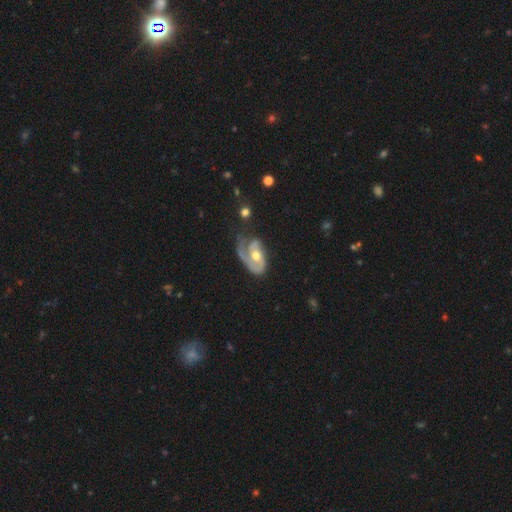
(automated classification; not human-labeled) Smooth or featured? featured or disk (83%)
Edge-on disk? no (96%)
Bar? no (63%)
Spiral arms? yes (93%)
Spiral winding? medium (40%)
Spiral arm count? 2 (44%)
Bulge size? moderate (70%)
Merging? none (39%)